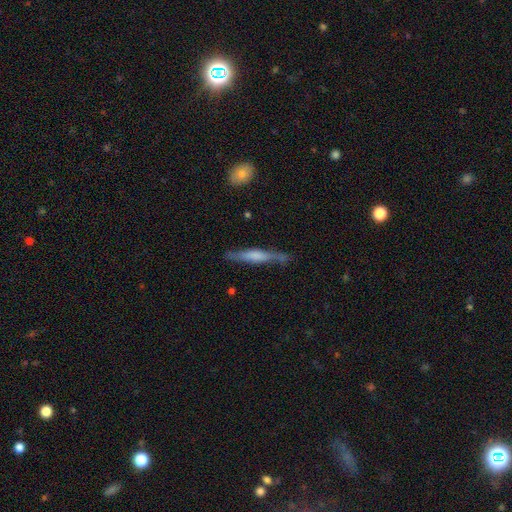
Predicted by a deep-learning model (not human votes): Smooth or featured? featured or disk (52%)
Edge-on disk? yes (93%)
Merging? none (76%)